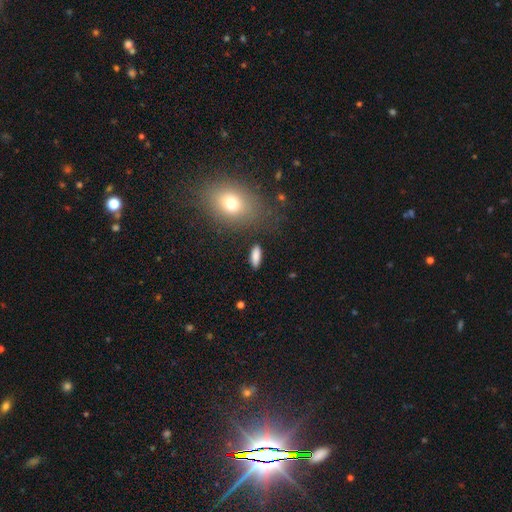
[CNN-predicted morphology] Smooth or featured: smooth — 85% (star or artifact — 8%)
How rounded: in between — 61% (cigar-shaped — 34%)
Merging: none — 85% (minor disturbance — 10%)